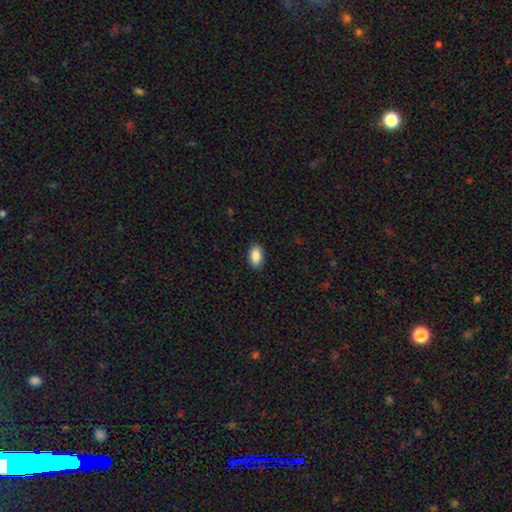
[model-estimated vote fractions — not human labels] Q: Smooth or featured?
A: smooth (88%); runner-up: star or artifact (7%)
Q: How rounded?
A: in between (92%); runner-up: round (6%)
Q: Merging?
A: none (89%); runner-up: minor disturbance (8%)